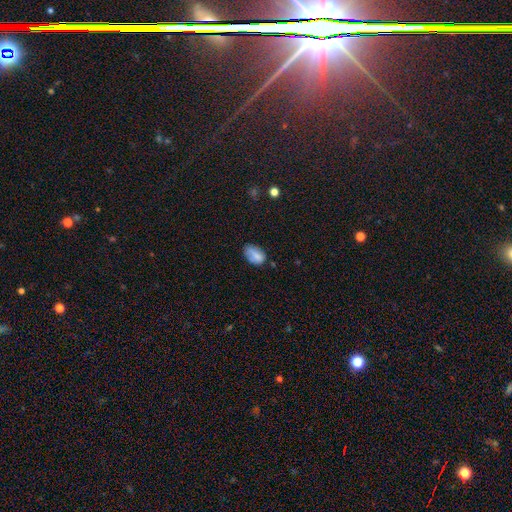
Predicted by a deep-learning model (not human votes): smooth 76%, featured or disk 14%, star or artifact 9%. Down the decision tree: how rounded — in between (90%); merging — none (58%).